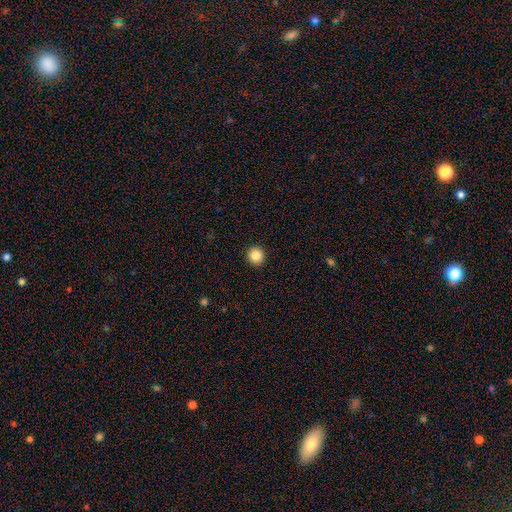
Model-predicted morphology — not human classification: Overall: smooth (85%). How rounded: round (94%). Merging: none (94%).